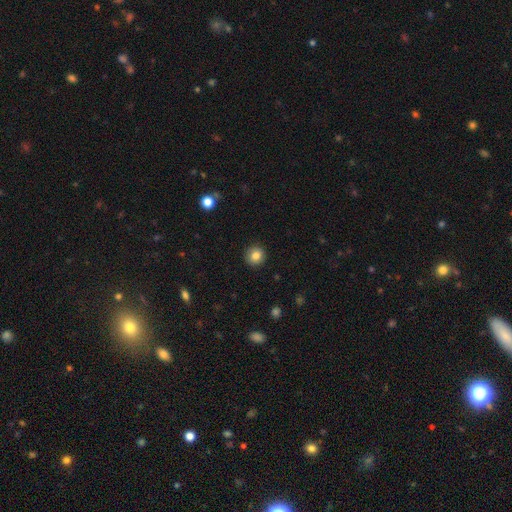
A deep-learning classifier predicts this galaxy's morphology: Smooth or featured?
  - smooth: 84% *
  - star or artifact: 10%
  - featured or disk: 7%
How rounded?
  - round: 93% *
  - in between: 6%
  - cigar-shaped: 1%
Merging?
  - none: 92% *
  - minor disturbance: 6%
  - major disturbance: 2%
  - merger: 1%